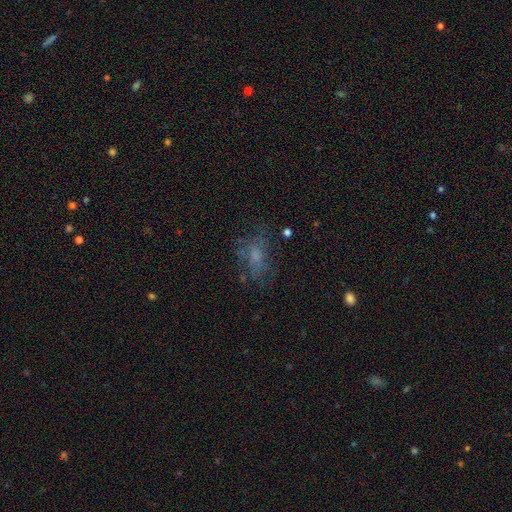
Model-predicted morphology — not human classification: Smooth or featured?
  - smooth: 43% *
  - featured or disk: 39%
  - star or artifact: 17%
Merging?
  - none: 58% *
  - minor disturbance: 20%
  - major disturbance: 19%
  - merger: 3%